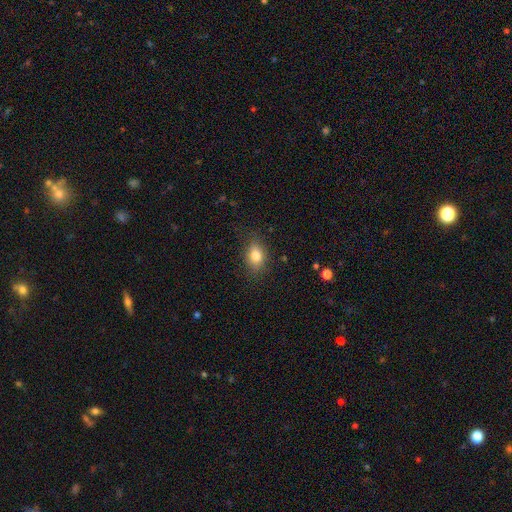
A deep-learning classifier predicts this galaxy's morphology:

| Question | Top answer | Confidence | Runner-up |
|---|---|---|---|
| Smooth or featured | smooth | 80% | featured or disk (10%) |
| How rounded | in between | 76% | round (21%) |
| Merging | none | 82% | minor disturbance (13%) |